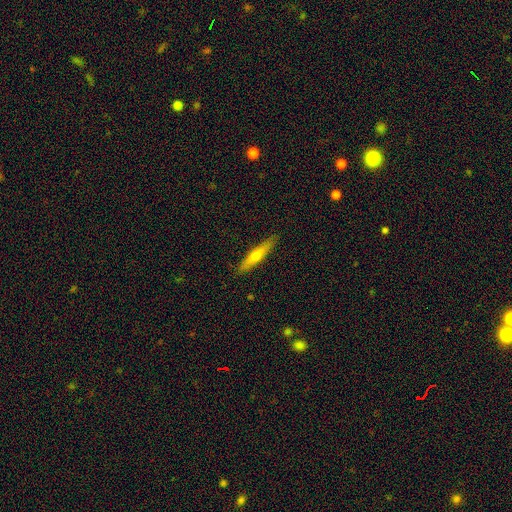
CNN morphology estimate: smooth_or_featured: featured or disk (p=0.48) [alt: smooth p=0.46]
merging: none (p=0.89) [alt: minor disturbance p=0.08]